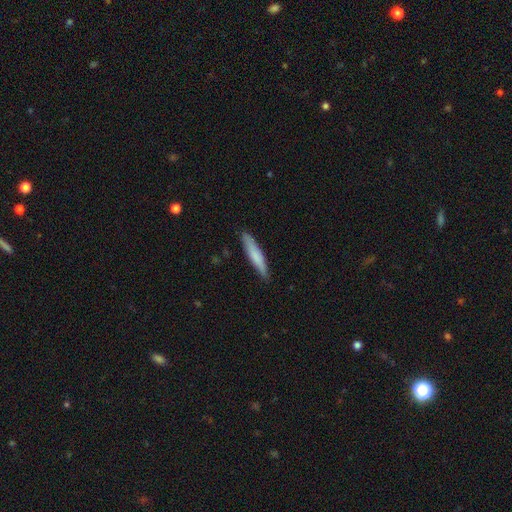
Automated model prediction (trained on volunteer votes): smooth 73%, featured or disk 22%, star or artifact 5%. Down the decision tree: how rounded — cigar-shaped (90%); merging — none (87%).